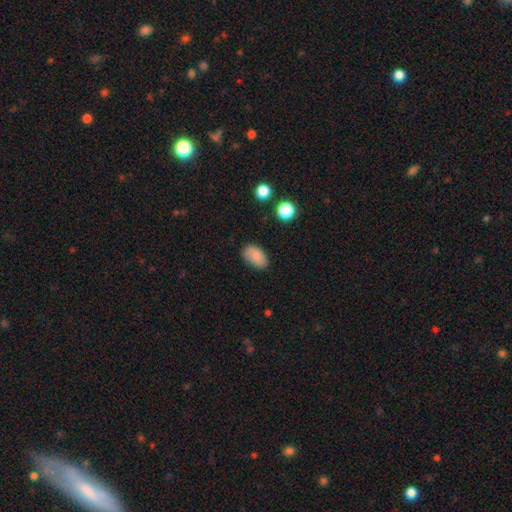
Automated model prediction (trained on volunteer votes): Overall: smooth (80%). How rounded: in between (89%). Merging: none (73%).